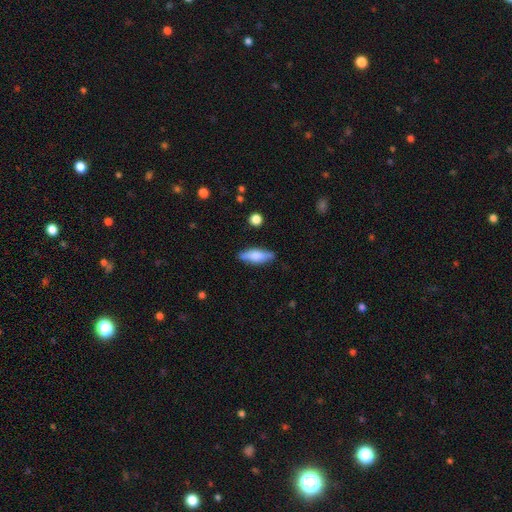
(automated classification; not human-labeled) A smooth galaxy with no disk features (69%) that is in between round and cigar-shaped (56%).

Vote fractions:
- Smooth or featured? smooth: 69% / featured or disk: 25% / star or artifact: 6%
- How rounded? in between: 56% / cigar-shaped: 41% / round: 3%
- Merging? none: 82% / minor disturbance: 14% / major disturbance: 3% / merger: 2%